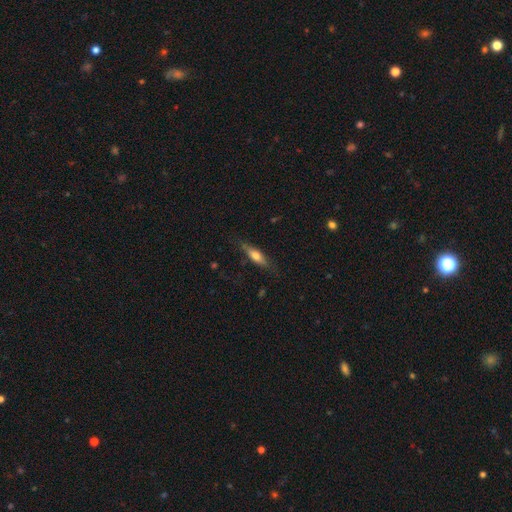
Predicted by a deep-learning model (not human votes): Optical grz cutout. It shows a smooth galaxy with no disk features (50%) that is cigar-shaped (62%). Merging: none (78%).